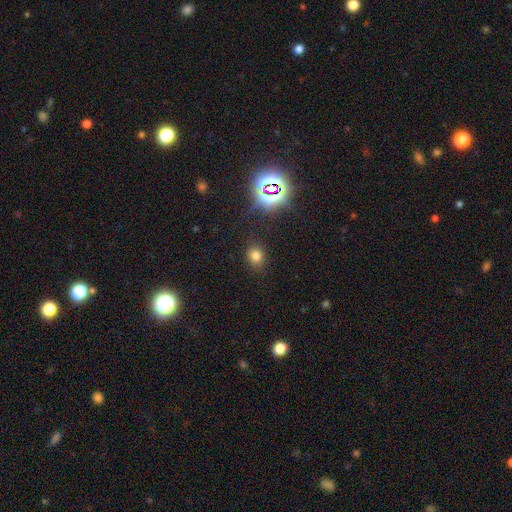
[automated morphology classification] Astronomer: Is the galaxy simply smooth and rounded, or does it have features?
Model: smooth — 72%.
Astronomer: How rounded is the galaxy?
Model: round — 69%.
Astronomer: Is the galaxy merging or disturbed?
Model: none — 85%.